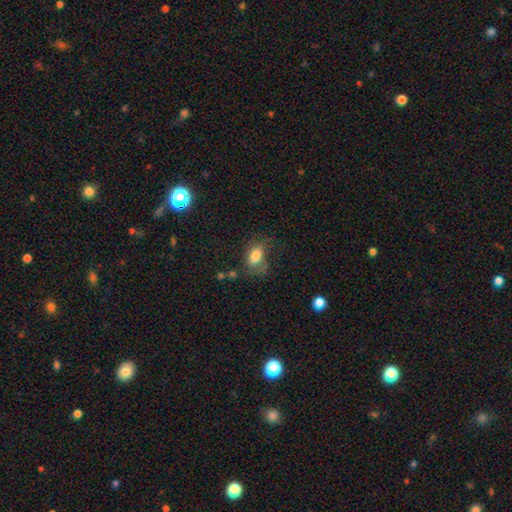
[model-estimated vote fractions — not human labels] Overall: smooth (79%). How rounded: in between (85%). Merging: none (54%; minor disturbance 26%).